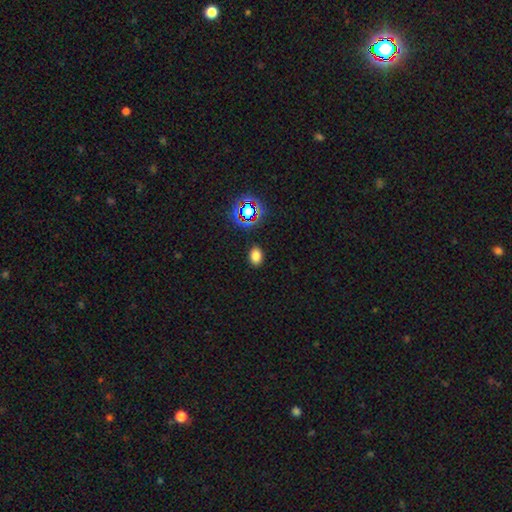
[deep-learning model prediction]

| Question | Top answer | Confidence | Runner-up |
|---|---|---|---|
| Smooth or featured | smooth | 77% | star or artifact (17%) |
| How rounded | in between | 76% | round (23%) |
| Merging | none | 88% | minor disturbance (8%) |